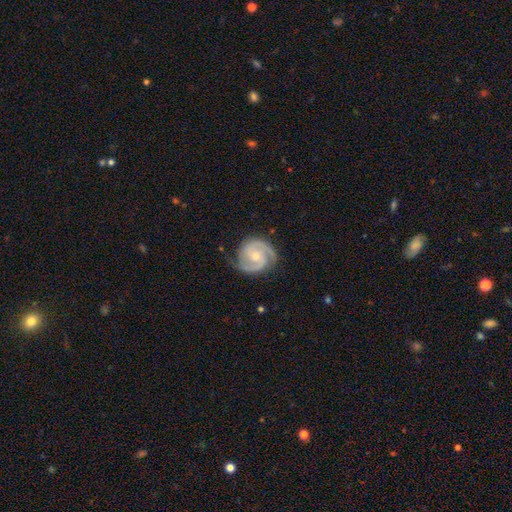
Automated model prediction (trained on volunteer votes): featured or disk 90%, smooth 6%, star or artifact 4%. Down the decision tree: edge-on disk — no (98%); bar — no (55%); spiral arms — yes (98%); spiral arm count — 2 (85%); spiral winding — tight (50%); bulge size — small (50%); merging — none (78%).